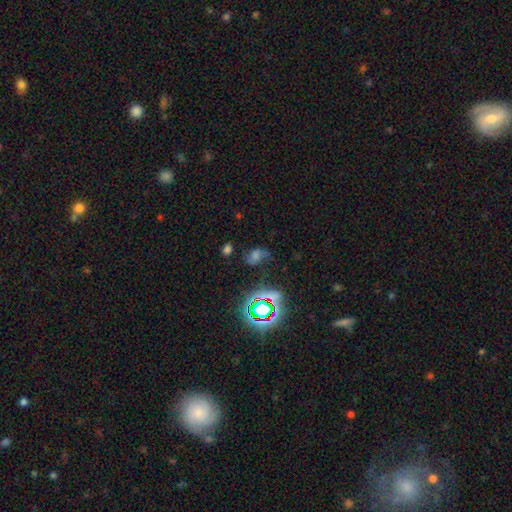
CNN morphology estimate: This is marginally a star or artifact rather than a galaxy (41%).